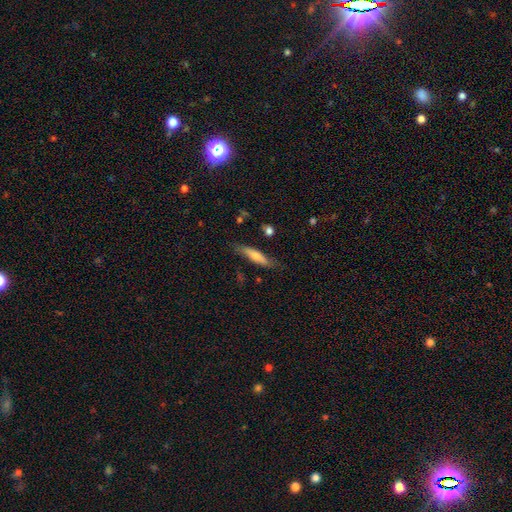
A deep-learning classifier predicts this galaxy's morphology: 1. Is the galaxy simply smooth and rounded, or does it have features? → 54% smooth, 39% featured or disk, 7% star or artifact.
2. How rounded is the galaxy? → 84% cigar-shaped, 14% in between, 2% round.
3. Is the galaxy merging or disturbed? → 80% none, 15% minor disturbance, 3% major disturbance, 2% merger.